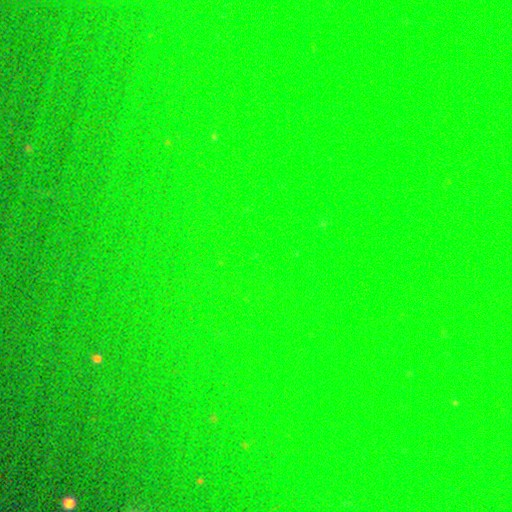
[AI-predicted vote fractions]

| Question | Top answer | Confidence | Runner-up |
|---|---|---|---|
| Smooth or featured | star or artifact | 78% | smooth (13%) |